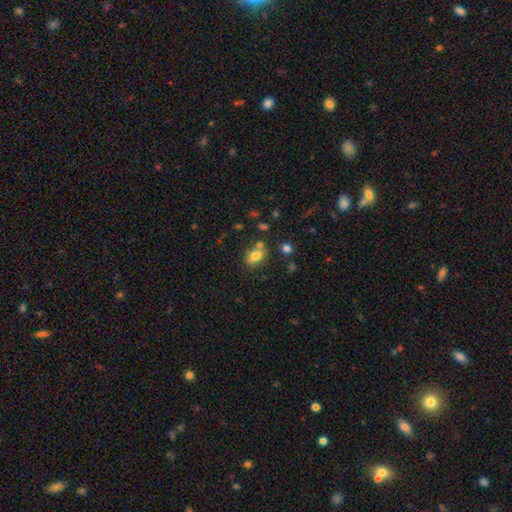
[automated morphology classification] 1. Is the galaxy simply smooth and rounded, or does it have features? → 79% smooth, 11% star or artifact, 10% featured or disk.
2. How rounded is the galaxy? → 74% in between, 24% round, 2% cigar-shaped.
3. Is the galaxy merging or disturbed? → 65% none, 17% merger, 14% minor disturbance, 4% major disturbance.